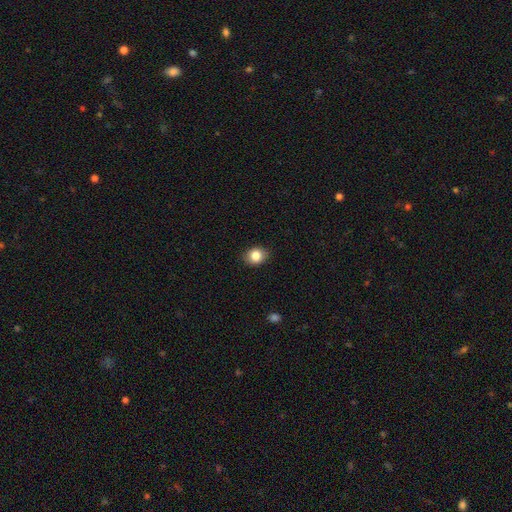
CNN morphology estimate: A smooth galaxy with no disk features (83%) that is round (51%). Merging: none (87%).